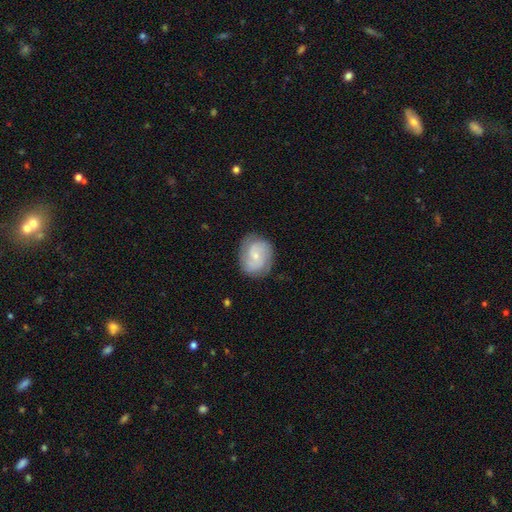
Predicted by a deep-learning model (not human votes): This is likely a featured or disk galaxy (61%). It is clearly not viewed edge-on (97%). Bar: likely no (60%). Spiral arm pattern: clearly yes (90%). Spiral arm count: possibly 2 (60%). Spiral winding: marginally medium (44%). Central bulge: likely small (68%). Merging: likely none (75%).